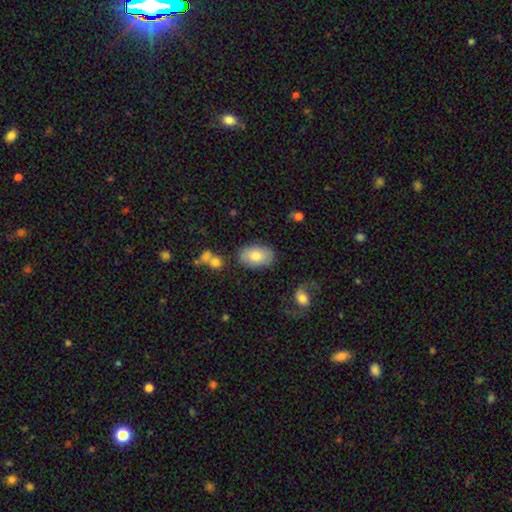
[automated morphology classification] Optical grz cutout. It shows a smooth galaxy with no disk features (77%) that is in between round and cigar-shaped (91%). Merging: none (80%).